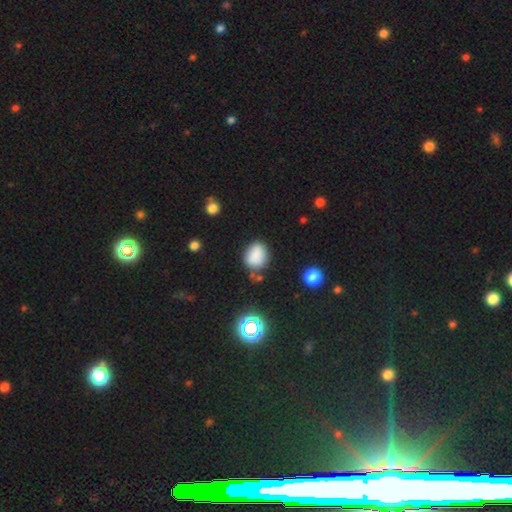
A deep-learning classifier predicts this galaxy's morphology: Smooth or featured: smooth — 83% (star or artifact — 11%)
How rounded: round — 56% (in between — 43%)
Merging: none — 73% (minor disturbance — 17%)